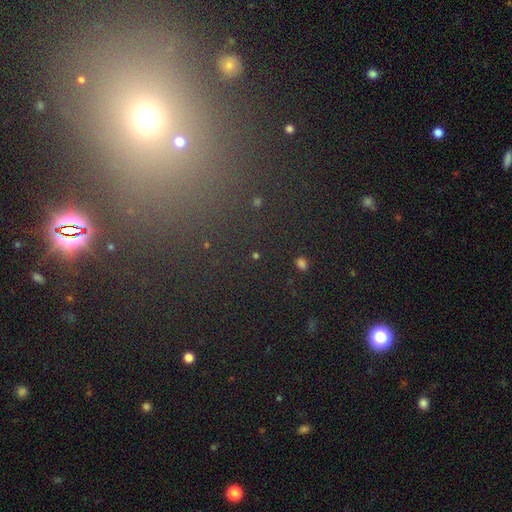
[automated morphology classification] Overall: star or artifact (55%; smooth 35%).